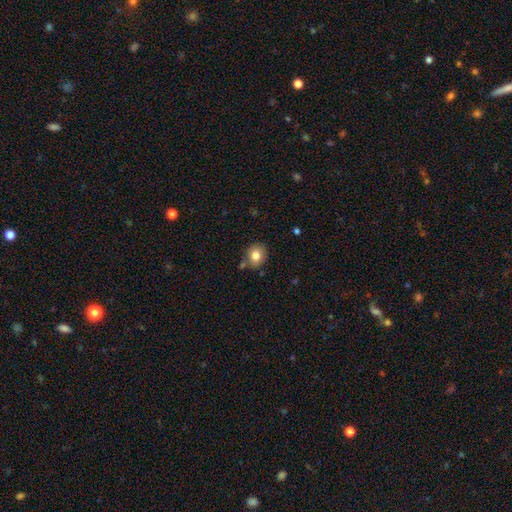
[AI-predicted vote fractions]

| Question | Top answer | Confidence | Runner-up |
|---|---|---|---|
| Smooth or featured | smooth | 81% | star or artifact (10%) |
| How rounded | round | 73% | in between (26%) |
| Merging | none | 76% | minor disturbance (14%) |